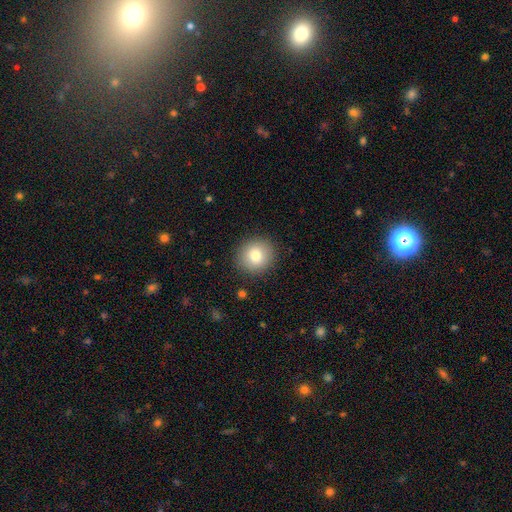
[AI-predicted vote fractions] Smooth or featured? smooth (80%)
How rounded? round (89%)
Merging? none (90%)